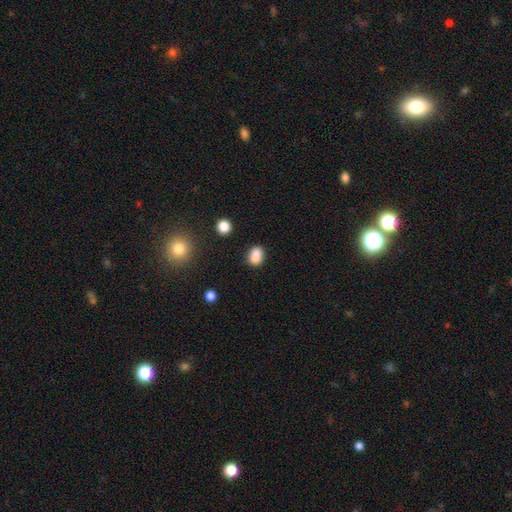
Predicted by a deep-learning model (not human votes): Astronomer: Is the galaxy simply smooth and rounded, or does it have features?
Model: smooth — 84%.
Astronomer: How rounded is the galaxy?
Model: in between — 66%.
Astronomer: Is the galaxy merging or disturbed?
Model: none — 69%.